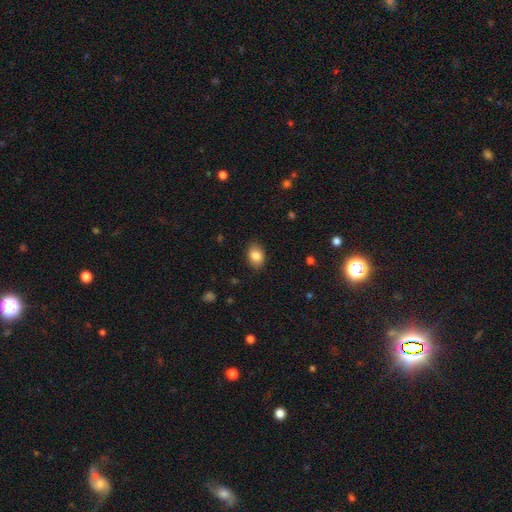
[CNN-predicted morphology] Smooth or featured?
  - smooth: 85% *
  - star or artifact: 8%
  - featured or disk: 7%
How rounded?
  - in between: 76% *
  - round: 22%
  - cigar-shaped: 1%
Merging?
  - none: 84% *
  - minor disturbance: 12%
  - major disturbance: 3%
  - merger: 1%